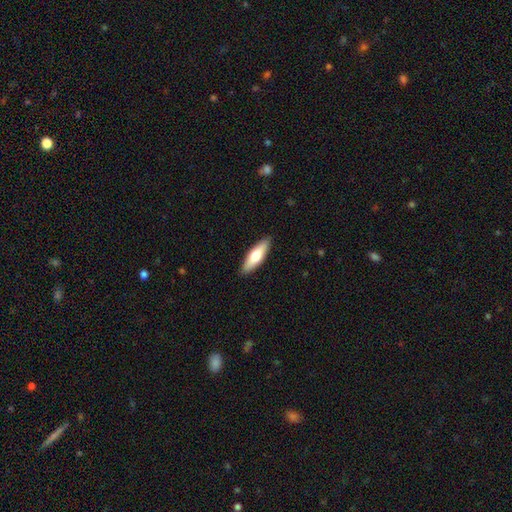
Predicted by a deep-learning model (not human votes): Overall: smooth (67%; featured or disk 28%). How rounded: cigar-shaped (53%; in between 45%). Merging: none (89%).